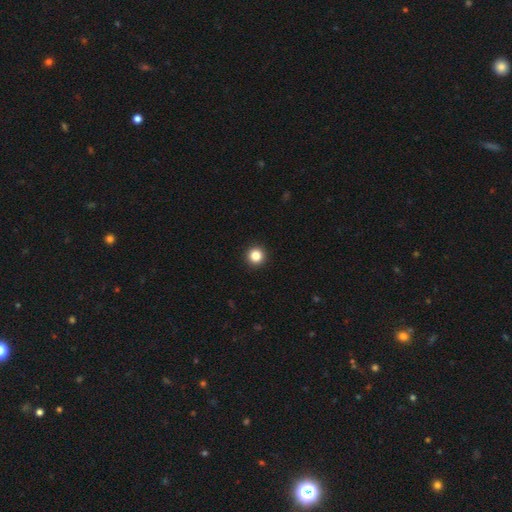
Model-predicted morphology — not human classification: This appears to be a smooth galaxy with no disk features (85%) that is round (96%). Merging: none (94%).